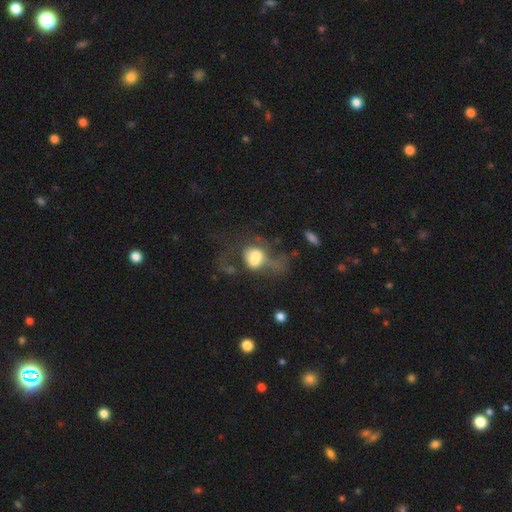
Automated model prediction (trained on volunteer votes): Smooth or featured?
  - smooth: 55% *
  - featured or disk: 34%
  - star or artifact: 11%
How rounded?
  - in between: 54% *
  - round: 44%
  - cigar-shaped: 2%
Merging?
  - major disturbance: 52% *
  - none: 20%
  - merger: 15%
  - minor disturbance: 13%